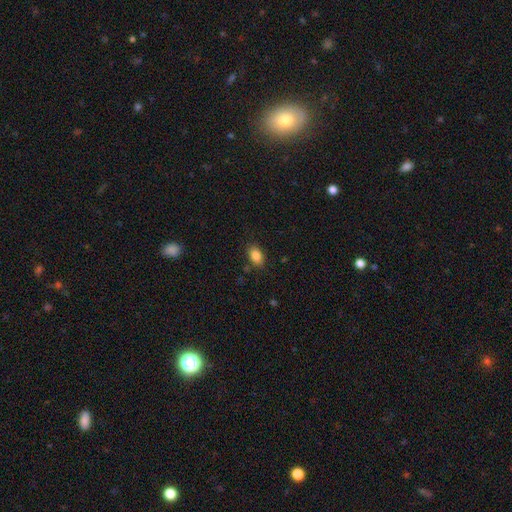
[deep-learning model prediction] Q: Smooth or featured?
A: smooth (85%); runner-up: star or artifact (9%)
Q: How rounded?
A: in between (87%); runner-up: round (11%)
Q: Merging?
A: none (84%); runner-up: minor disturbance (11%)